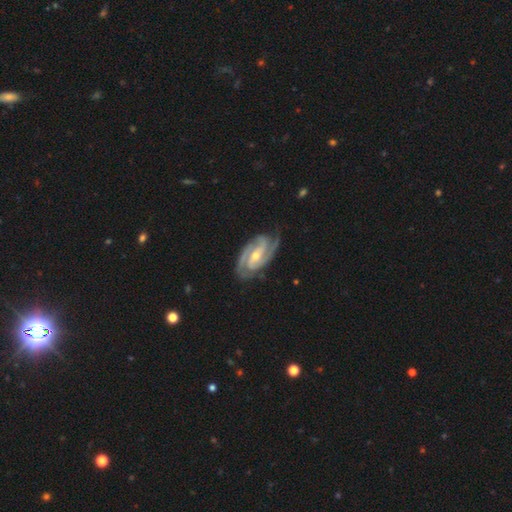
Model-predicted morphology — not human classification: This appears to be a featured or disk galaxy (93%) with a strong bar (38%, tied with weak), 2 (63%) tight (53%) spiral arms (99%) and a moderate central bulge (49%). Merging: none (79%).